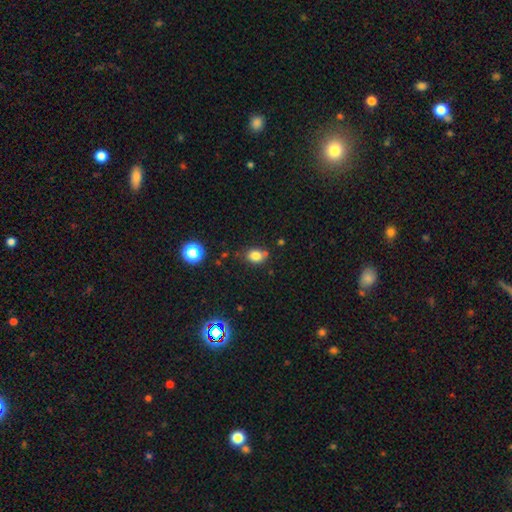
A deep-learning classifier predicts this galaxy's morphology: This is likely a smooth galaxy (80%). How rounded: possibly in between (56%). Merging: likely none (68%).